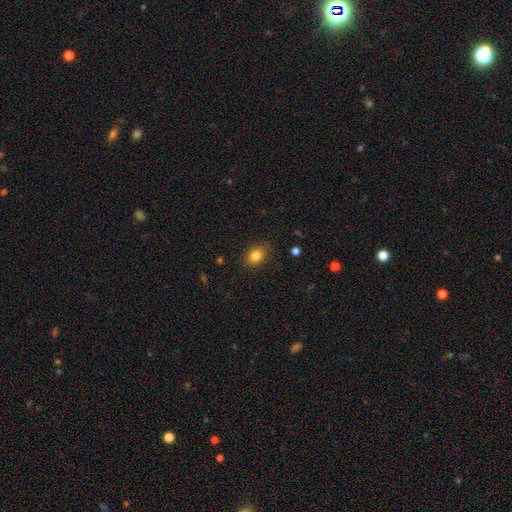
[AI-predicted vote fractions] smooth 84%, star or artifact 10%, featured or disk 7%. Down the decision tree: how rounded — in between (63%); merging — none (84%).